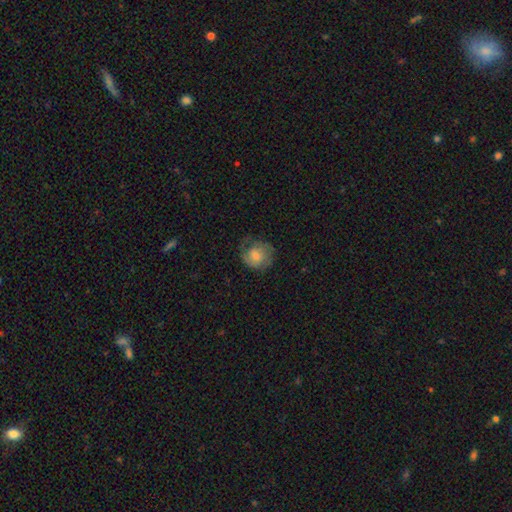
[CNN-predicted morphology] This appears to be a smooth galaxy with no disk features (48%). Merging: none (64%).